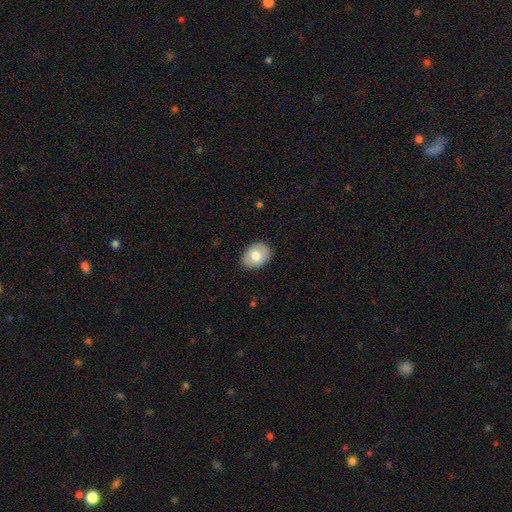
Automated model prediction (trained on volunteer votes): Morphology: type=smooth (74%); roundness=in between (68%); merging=none (83%).